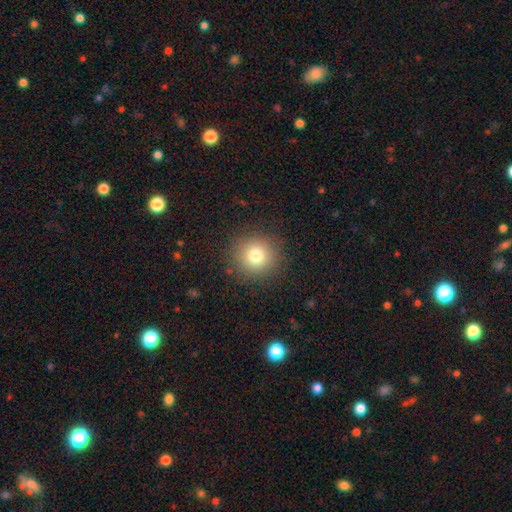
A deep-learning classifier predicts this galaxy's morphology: smooth-or-featured: smooth: 78% | star or artifact: 13% | featured or disk: 9%
  how-rounded: round: 94% | in between: 6% | cigar-shaped: 1%
  merging: none: 89% | minor disturbance: 7% | major disturbance: 3% | merger: 1%